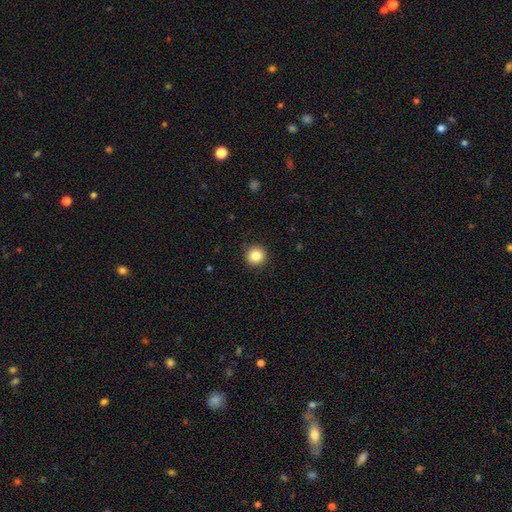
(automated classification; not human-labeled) Smooth or featured: smooth — 85% (star or artifact — 10%)
How rounded: round — 95% (in between — 4%)
Merging: none — 92% (minor disturbance — 6%)